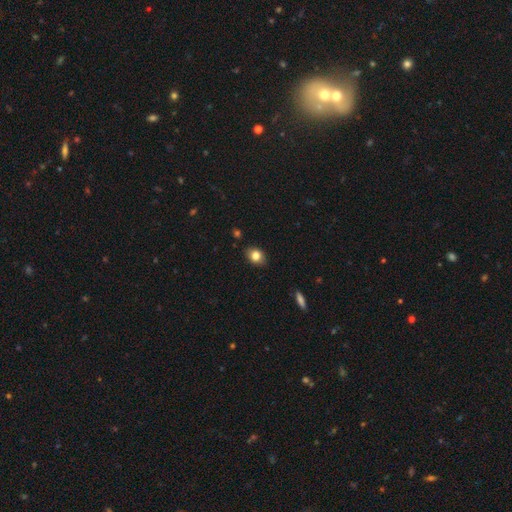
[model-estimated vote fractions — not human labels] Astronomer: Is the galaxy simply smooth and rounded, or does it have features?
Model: smooth — 81%.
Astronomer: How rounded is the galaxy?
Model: in between — 58% (runner-up: round, 40%).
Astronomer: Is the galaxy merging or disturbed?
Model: none — 85%.